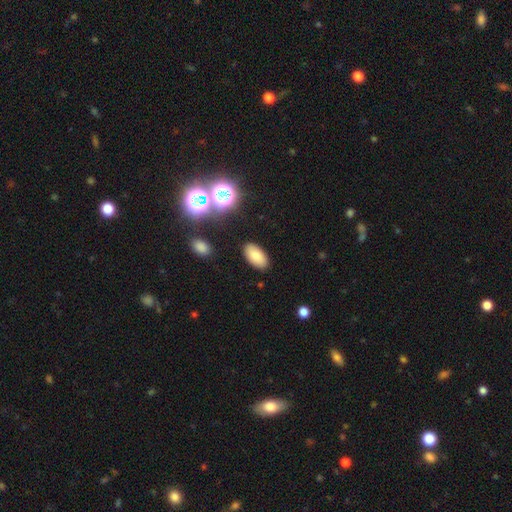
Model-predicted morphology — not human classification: Smooth or featured? Predicted: smooth (p=0.80). How rounded? Predicted: in between (p=0.94). Merging? Predicted: none (p=0.88).